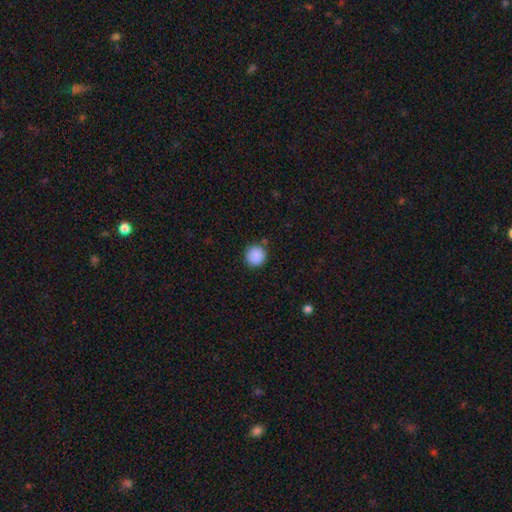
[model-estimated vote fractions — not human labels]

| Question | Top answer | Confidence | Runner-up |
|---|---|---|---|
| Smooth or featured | smooth | 89% | star or artifact (8%) |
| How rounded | round | 94% | in between (5%) |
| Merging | none | 87% | minor disturbance (8%) |